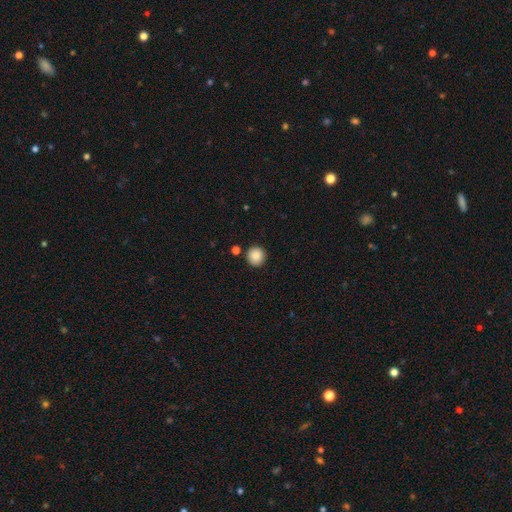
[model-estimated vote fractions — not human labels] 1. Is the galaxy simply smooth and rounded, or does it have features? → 87% smooth, 9% star or artifact, 4% featured or disk.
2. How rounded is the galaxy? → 95% round, 4% in between, 1% cigar-shaped.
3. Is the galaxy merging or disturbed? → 89% none, 6% minor disturbance, 3% merger, 2% major disturbance.